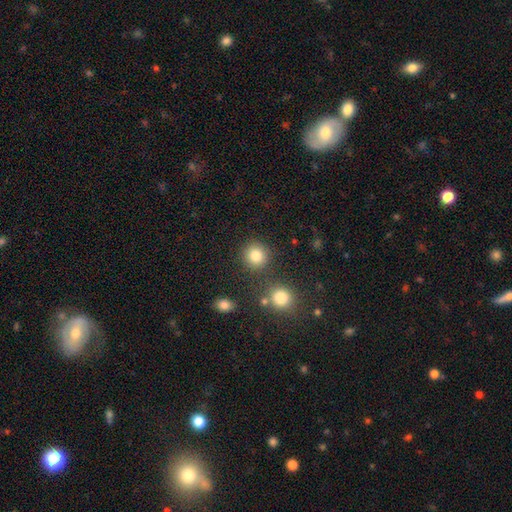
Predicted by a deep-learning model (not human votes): This appears to be a smooth galaxy with no disk features (83%) that is round (92%). Merging: none (85%).